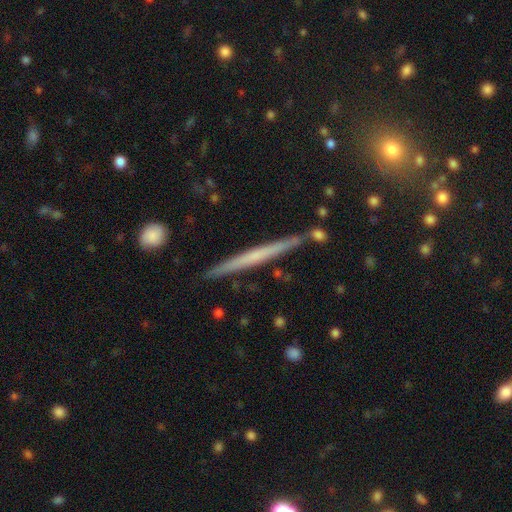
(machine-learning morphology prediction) Smooth or featured? Predicted: featured or disk (p=0.55). Edge-on disk? Predicted: yes (p=0.98). Edge-on bulge? Predicted: none (p=0.80). Merging? Predicted: none (p=0.89).